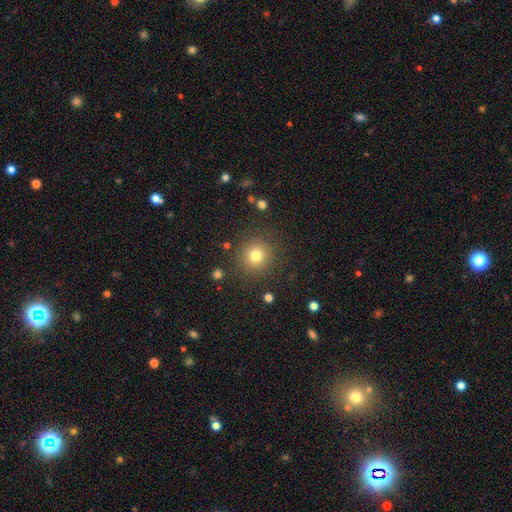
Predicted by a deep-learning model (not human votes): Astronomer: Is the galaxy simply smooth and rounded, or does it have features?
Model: smooth — 77%.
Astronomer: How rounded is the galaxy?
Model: round — 92%.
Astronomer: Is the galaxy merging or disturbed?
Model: none — 88%.